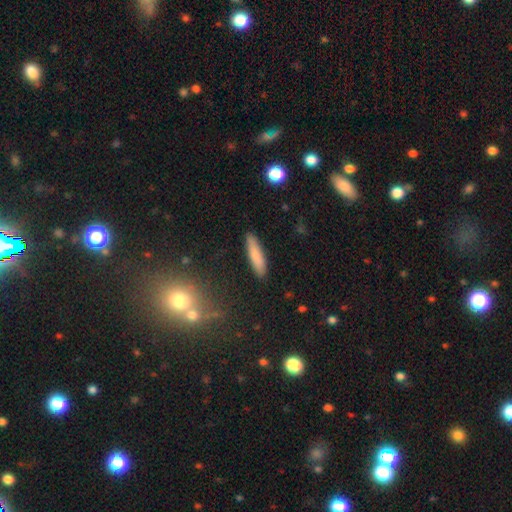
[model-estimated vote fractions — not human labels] This is clearly a smooth galaxy (80%). How rounded: likely cigar-shaped (77%). Merging: clearly none (88%).